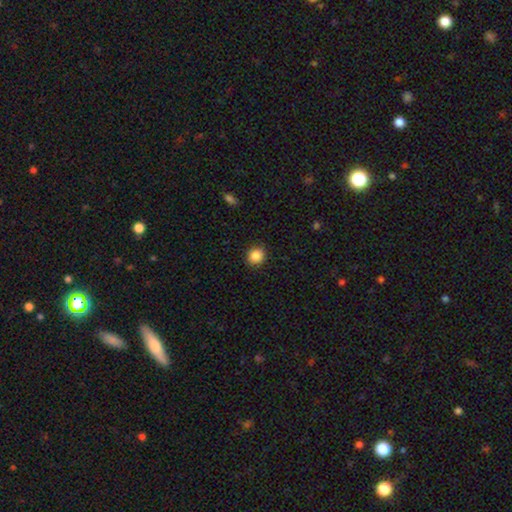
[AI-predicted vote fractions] Smooth or featured?
  - smooth: 87% *
  - star or artifact: 10%
  - featured or disk: 3%
How rounded?
  - round: 85% *
  - in between: 15%
  - cigar-shaped: 1%
Merging?
  - none: 89% *
  - minor disturbance: 7%
  - major disturbance: 2%
  - merger: 1%